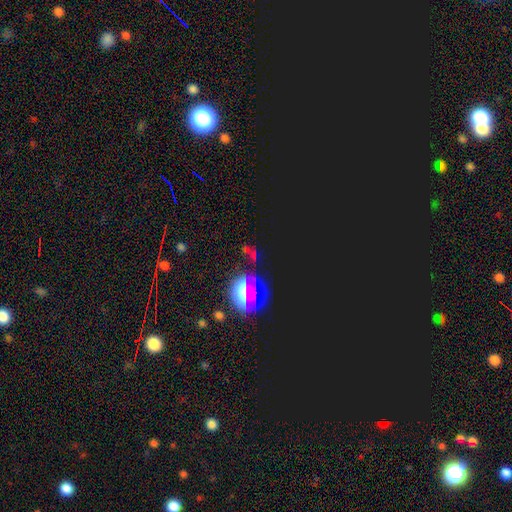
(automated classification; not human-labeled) smooth_or_featured: star or artifact (p=0.76) [alt: smooth p=0.14]